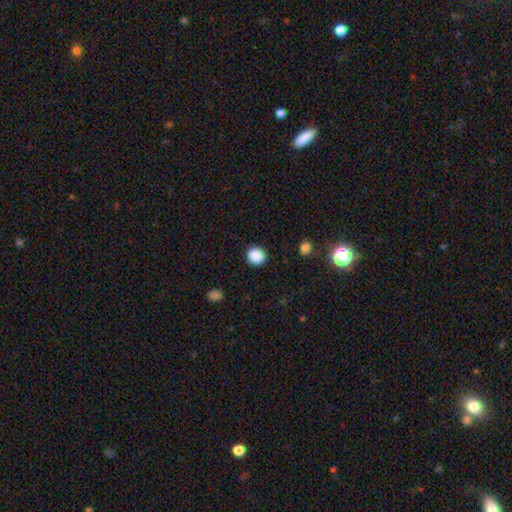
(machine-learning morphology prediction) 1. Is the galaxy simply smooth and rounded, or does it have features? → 88% smooth, 10% star or artifact, 3% featured or disk.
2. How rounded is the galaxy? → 92% round, 7% in between, 1% cigar-shaped.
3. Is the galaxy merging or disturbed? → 91% none, 6% minor disturbance, 2% major disturbance, 1% merger.